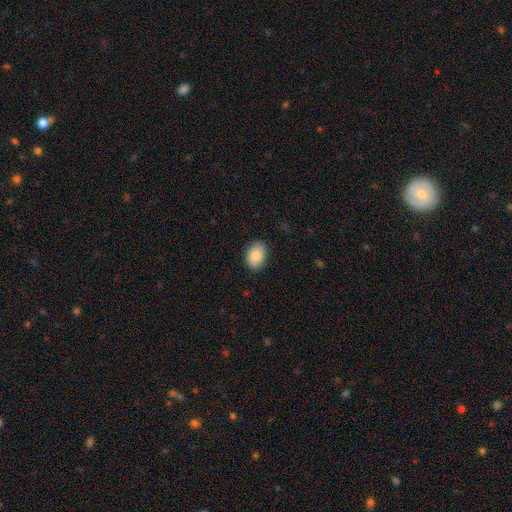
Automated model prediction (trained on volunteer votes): Q: Smooth or featured?
A: smooth (88%); runner-up: star or artifact (7%)
Q: How rounded?
A: in between (80%); runner-up: round (19%)
Q: Merging?
A: none (86%); runner-up: minor disturbance (11%)